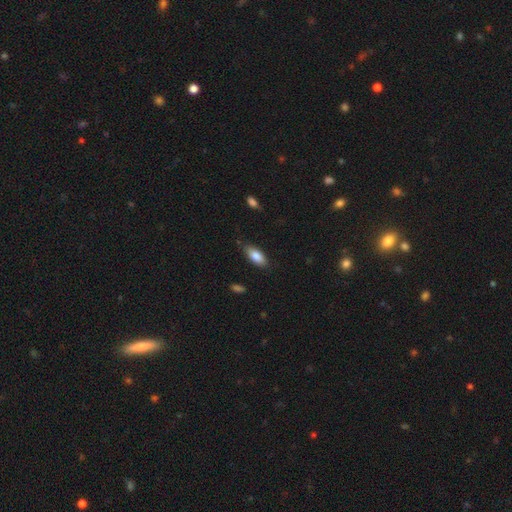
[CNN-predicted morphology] Smooth or featured?
  - smooth: 82% *
  - featured or disk: 11%
  - star or artifact: 6%
How rounded?
  - in between: 84% *
  - cigar-shaped: 14%
  - round: 2%
Merging?
  - none: 80% *
  - minor disturbance: 15%
  - major disturbance: 3%
  - merger: 2%